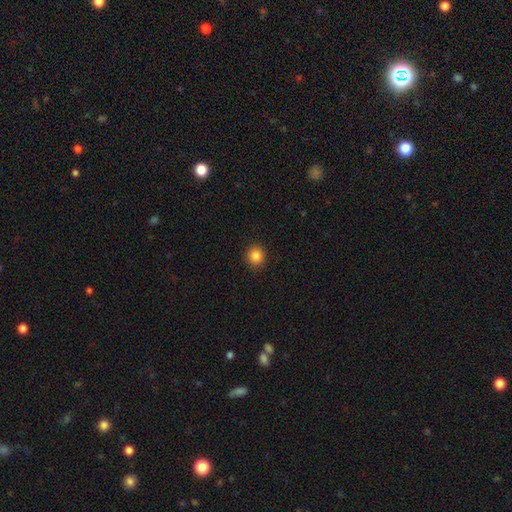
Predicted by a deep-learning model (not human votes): Smooth or featured? smooth (86%)
How rounded? round (91%)
Merging? none (92%)